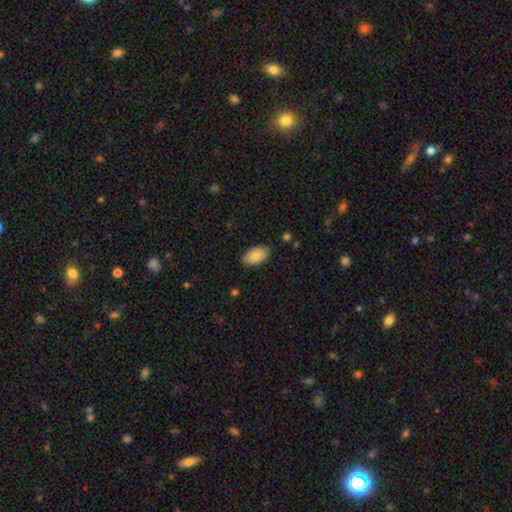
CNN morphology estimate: A smooth galaxy with no disk features (86%) that is in between round and cigar-shaped (95%). Merging: none (85%).